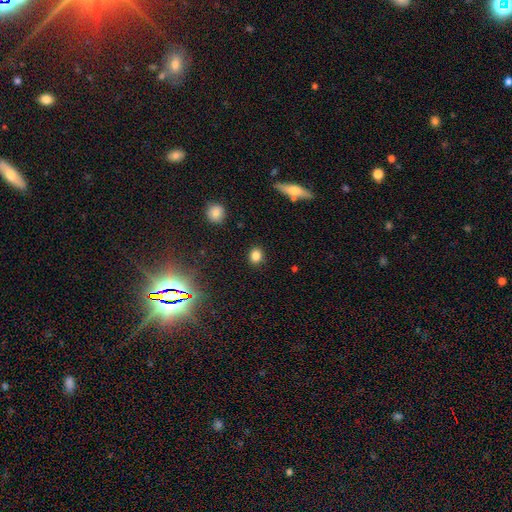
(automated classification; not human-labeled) The model was most divided on "how rounded": round: 65%, in between: 33%, cigar-shaped: 1%. More confident: merging — none (89%); smooth or featured — smooth (82%).